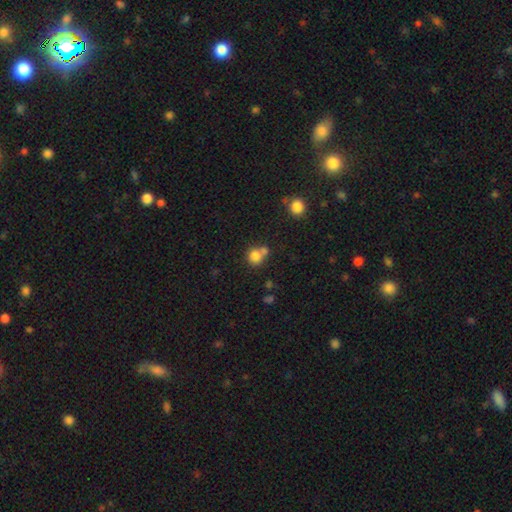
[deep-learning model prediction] Smooth or featured? smooth (80%)
How rounded? round (86%)
Merging? none (51%)